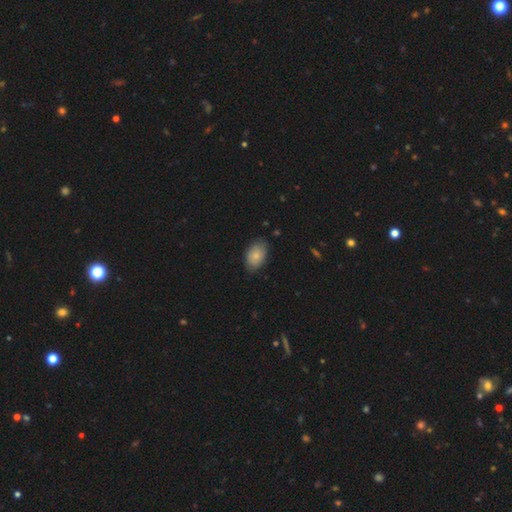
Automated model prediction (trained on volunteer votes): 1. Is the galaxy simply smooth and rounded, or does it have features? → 81% smooth, 12% featured or disk, 7% star or artifact.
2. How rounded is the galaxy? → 90% in between, 9% round, 1% cigar-shaped.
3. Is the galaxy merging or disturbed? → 77% none, 18% minor disturbance, 3% major disturbance, 1% merger.